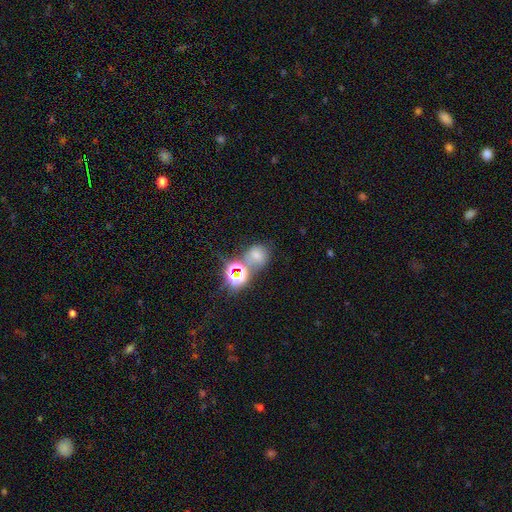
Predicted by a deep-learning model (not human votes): Morphology: type=smooth (54%); roundness=round (63%); merging=none (46%).